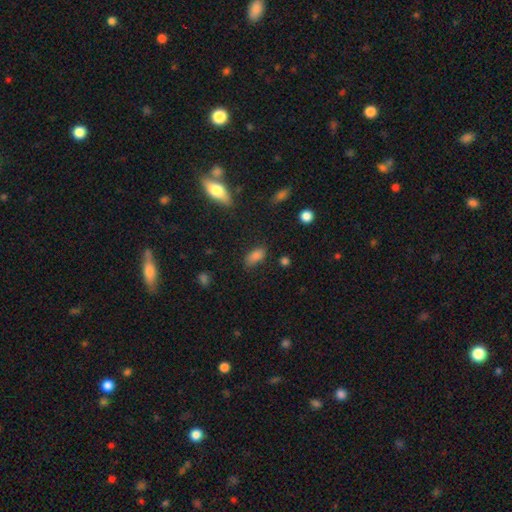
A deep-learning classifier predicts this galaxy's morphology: Overall: smooth (82%). How rounded: in between (86%). Merging: none (72%).